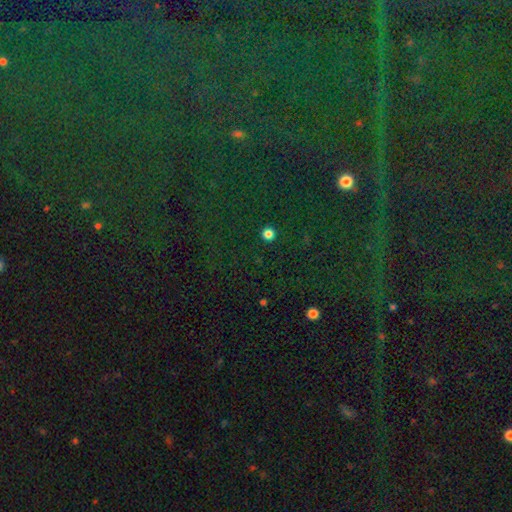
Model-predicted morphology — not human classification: This is clearly a star or artifact rather than a galaxy (83%).